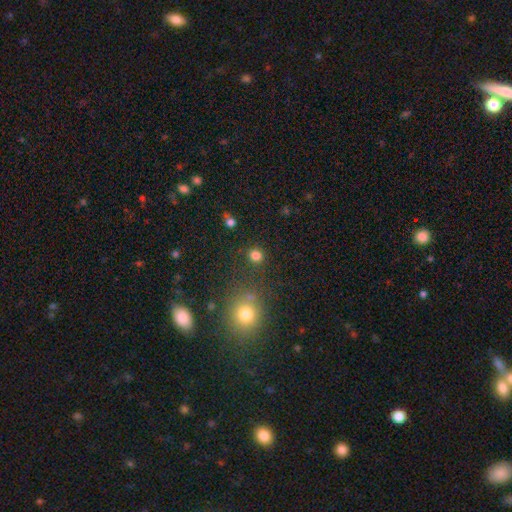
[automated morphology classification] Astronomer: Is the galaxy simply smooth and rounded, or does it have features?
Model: smooth — 80%.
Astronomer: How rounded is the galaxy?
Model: round — 82%.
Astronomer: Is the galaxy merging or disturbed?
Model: none — 83%.